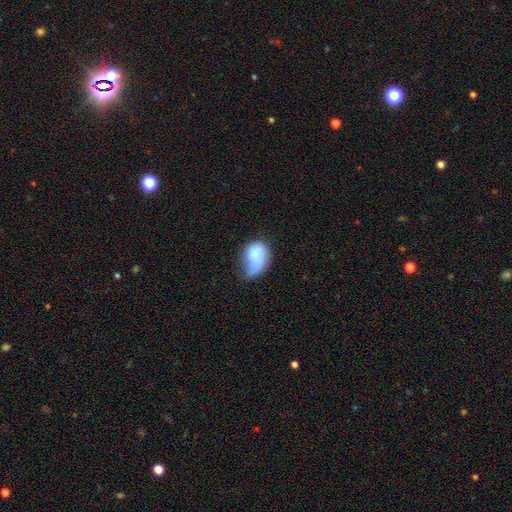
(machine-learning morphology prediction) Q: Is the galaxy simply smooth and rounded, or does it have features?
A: smooth — 73%.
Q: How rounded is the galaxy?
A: in between — 78%.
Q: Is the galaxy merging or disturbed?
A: minor disturbance — 43%.